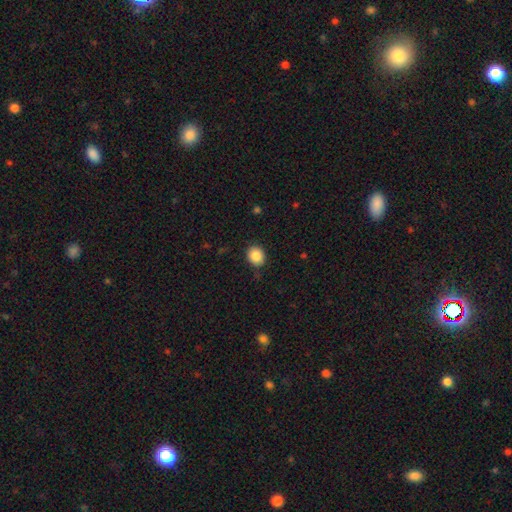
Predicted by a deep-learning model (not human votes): This appears to be a smooth galaxy with no disk features (86%) that is round (61%). Merging: none (86%).